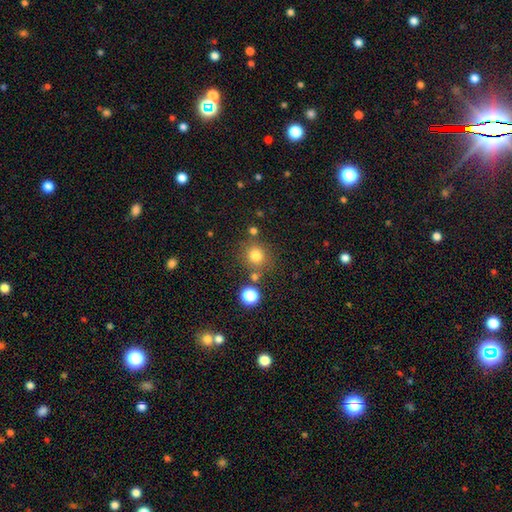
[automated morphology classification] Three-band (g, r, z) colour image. It shows a smooth galaxy with no disk features (78%) that is round (89%). Merging: none (76%).